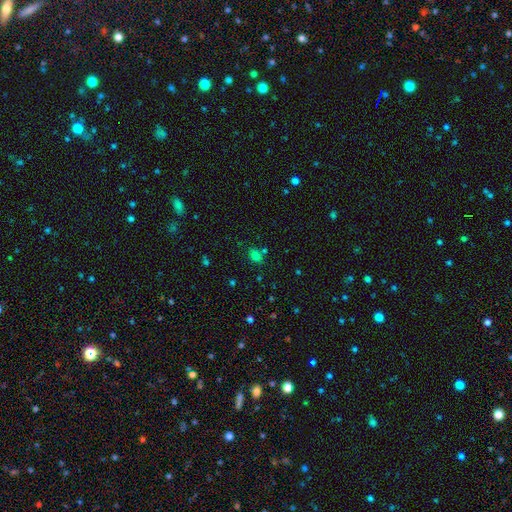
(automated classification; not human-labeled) smooth-or-featured: smooth: 72% | star or artifact: 21% | featured or disk: 7%
  how-rounded: in between: 64% | round: 34% | cigar-shaped: 2%
  merging: none: 72% | minor disturbance: 13% | merger: 12% | major disturbance: 4%